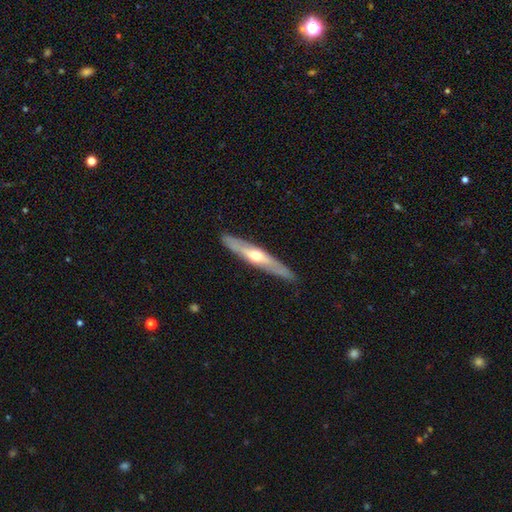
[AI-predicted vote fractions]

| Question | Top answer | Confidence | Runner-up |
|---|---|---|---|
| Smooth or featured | featured or disk | 64% | smooth (31%) |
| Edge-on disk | yes | 89% | no (11%) |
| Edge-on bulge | rounded | 87% | none (10%) |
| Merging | none | 88% | minor disturbance (9%) |